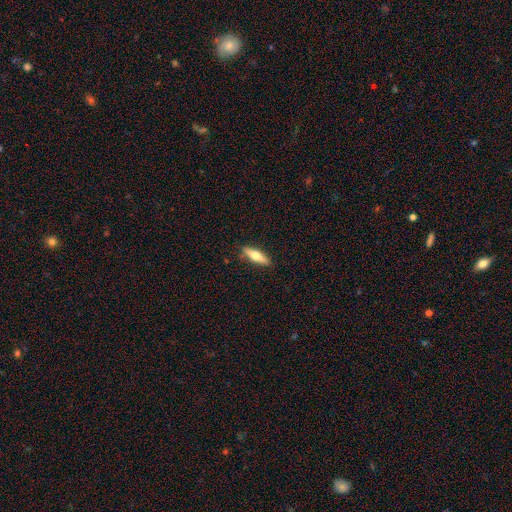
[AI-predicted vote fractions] smooth 59%, featured or disk 35%, star or artifact 6%. Down the decision tree: how rounded — cigar-shaped (62%); merging — none (88%).